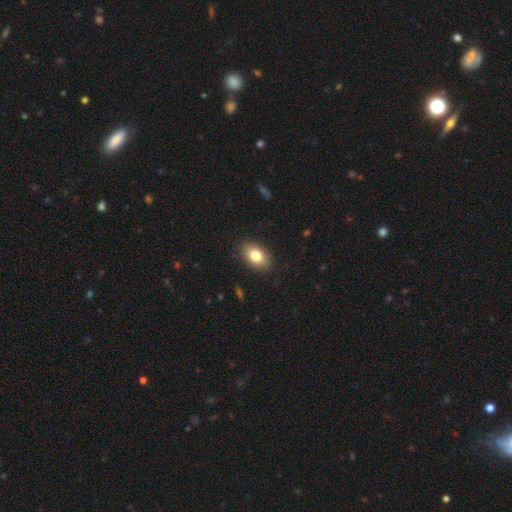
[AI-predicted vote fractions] This appears to be a smooth galaxy with no disk features (82%) that is in between round and cigar-shaped (88%). Merging: none (88%).